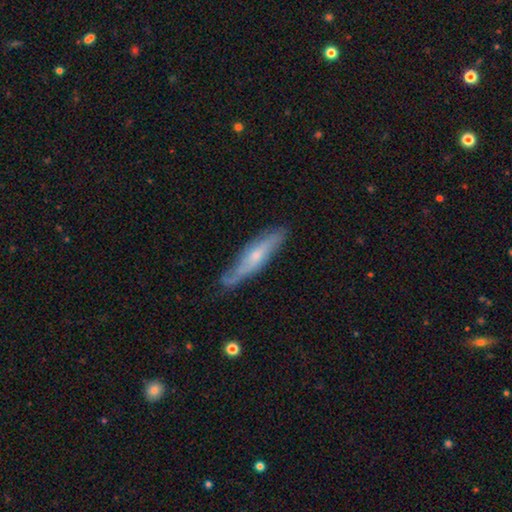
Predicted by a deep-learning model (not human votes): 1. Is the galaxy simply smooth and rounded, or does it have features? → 57% featured or disk, 37% smooth, 6% star or artifact.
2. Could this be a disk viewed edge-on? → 58% yes, 42% no.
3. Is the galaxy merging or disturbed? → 65% none, 26% minor disturbance, 7% major disturbance, 2% merger.